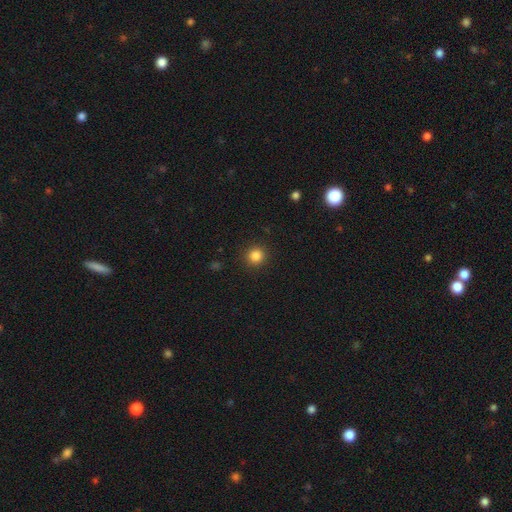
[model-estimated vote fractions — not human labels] smooth_or_featured: smooth (p=0.84) [alt: star or artifact p=0.12]
how_rounded: round (p=0.94) [alt: in between p=0.05]
merging: none (p=0.91) [alt: minor disturbance p=0.05]